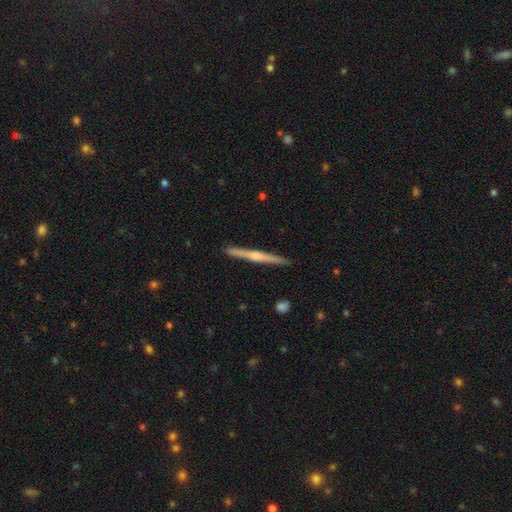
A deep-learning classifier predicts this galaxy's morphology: This is likely a featured or disk galaxy (68%). It is clearly viewed edge-on (98%). Edge-on bulge: likely rounded (71%). Merging: clearly none (92%).